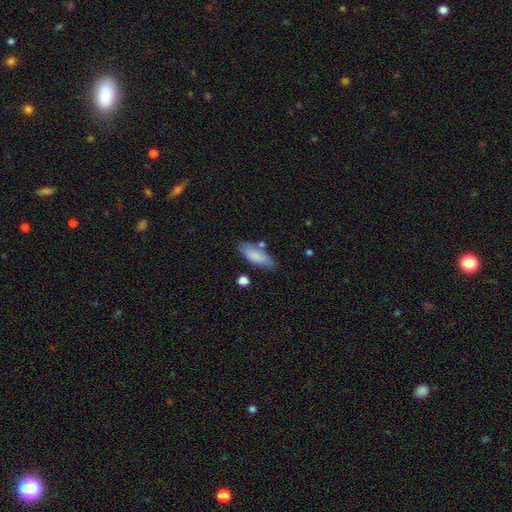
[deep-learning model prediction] Smooth or featured: smooth — 83% (featured or disk — 10%)
How rounded: in between — 69% (cigar-shaped — 29%)
Merging: none — 71% (minor disturbance — 17%)